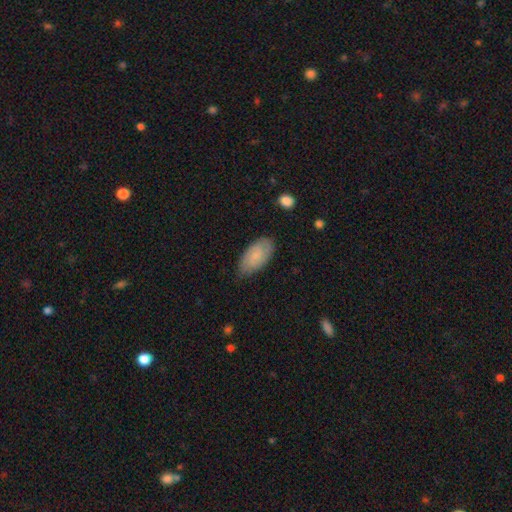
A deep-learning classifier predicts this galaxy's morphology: smooth 67%, featured or disk 26%, star or artifact 7%. Down the decision tree: how rounded — in between (93%); merging — none (72%).